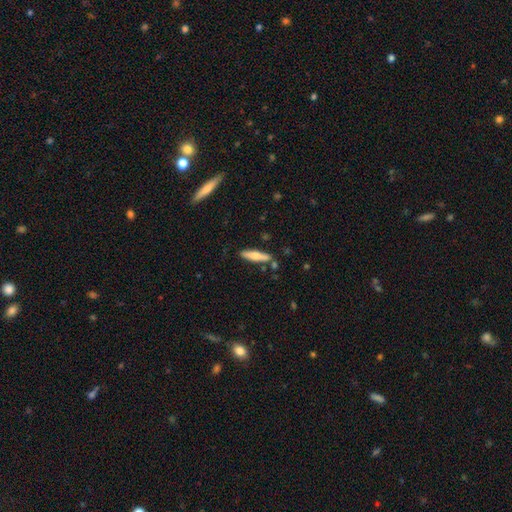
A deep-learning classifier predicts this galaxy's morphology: The model was most divided on "smooth or featured": smooth: 59%, featured or disk: 35%, star or artifact: 6%. More confident: how rounded — cigar-shaped (81%); merging — none (80%).